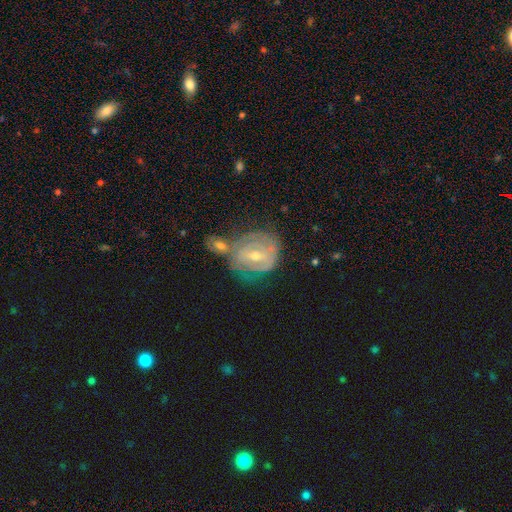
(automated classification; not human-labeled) Overall: featured or disk (76%). Edge-on disk: no (96%). Bar: weak (51%; no 32%). Spiral arms: yes (81%). Spiral arm count: can't tell (50%; 2 28%). Spiral winding: tight (69%). Bulge size: moderate (55%; small 41%). Merging: none (42%; merger 31%).